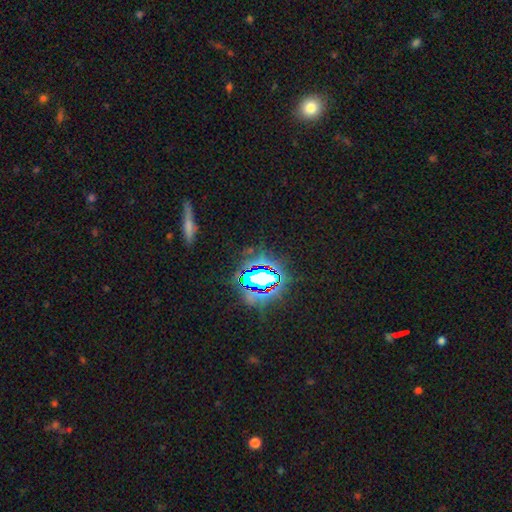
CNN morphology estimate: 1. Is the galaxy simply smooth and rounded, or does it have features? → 75% star or artifact, 14% smooth, 11% featured or disk.